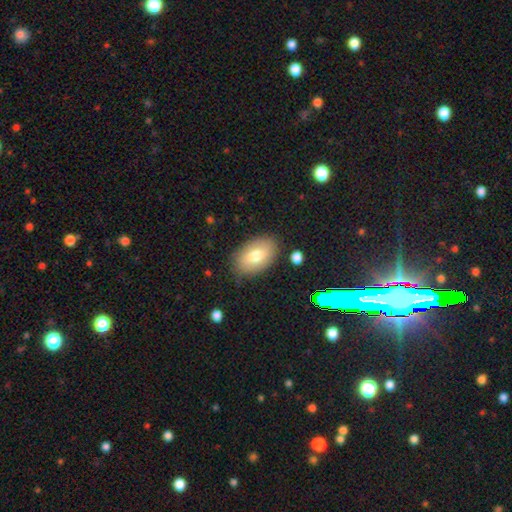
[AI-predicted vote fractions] Morphology: type=smooth (75%); roundness=in between (90%); merging=none (82%).